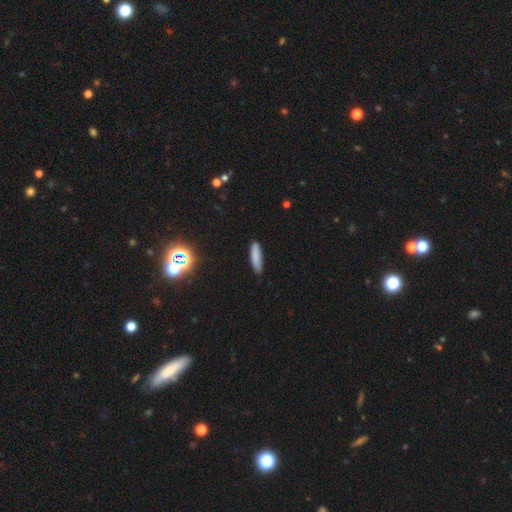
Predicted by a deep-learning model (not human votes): Q: Smooth or featured?
A: smooth (83%); runner-up: star or artifact (9%)
Q: How rounded?
A: cigar-shaped (77%); runner-up: in between (21%)
Q: Merging?
A: none (87%); runner-up: minor disturbance (10%)